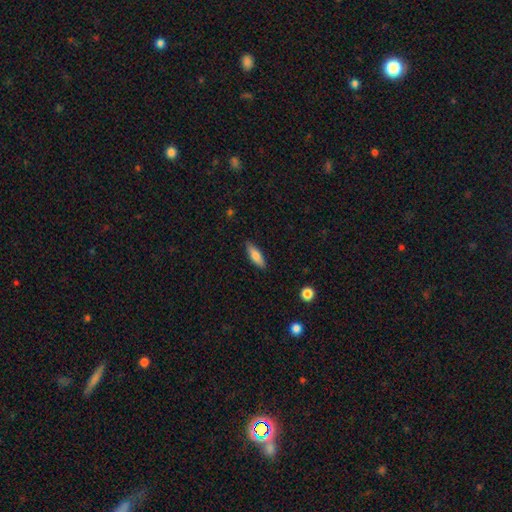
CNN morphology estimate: A smooth galaxy with no disk features (75%) that is in between round and cigar-shaped (50%).

Vote fractions:
- Smooth or featured? smooth: 75% / featured or disk: 19% / star or artifact: 6%
- How rounded? in between: 50% / cigar-shaped: 48% / round: 2%
- Merging? none: 87% / minor disturbance: 10% / major disturbance: 2% / merger: 1%